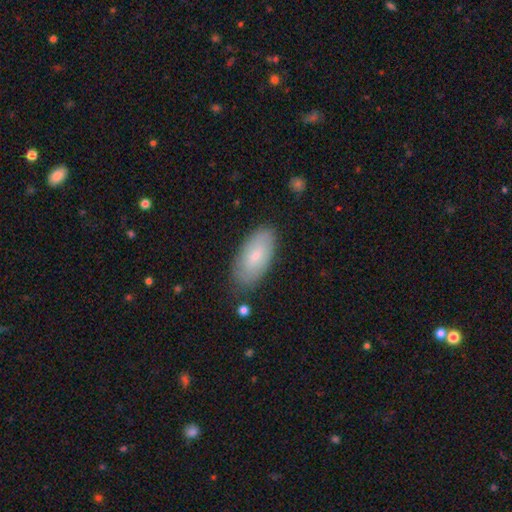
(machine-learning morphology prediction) Smooth or featured?
  - smooth: 70% *
  - featured or disk: 24%
  - star or artifact: 6%
How rounded?
  - in between: 92% *
  - cigar-shaped: 6%
  - round: 2%
Merging?
  - none: 81% *
  - minor disturbance: 15%
  - major disturbance: 3%
  - merger: 2%